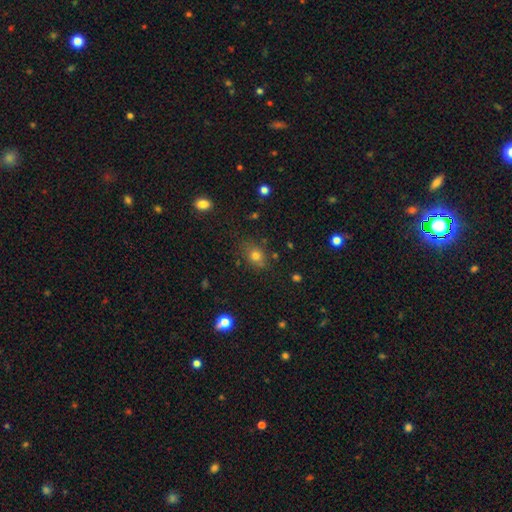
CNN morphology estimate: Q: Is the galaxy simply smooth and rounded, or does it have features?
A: smooth — 74%.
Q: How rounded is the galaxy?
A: round — 50%.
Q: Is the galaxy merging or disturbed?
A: none — 77%.